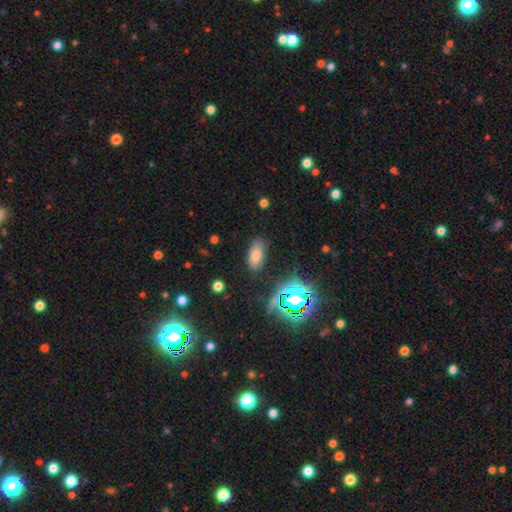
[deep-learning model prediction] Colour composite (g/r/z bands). It shows a smooth galaxy with no disk features (68%) that is in between round and cigar-shaped (89%). Merging: none (82%).